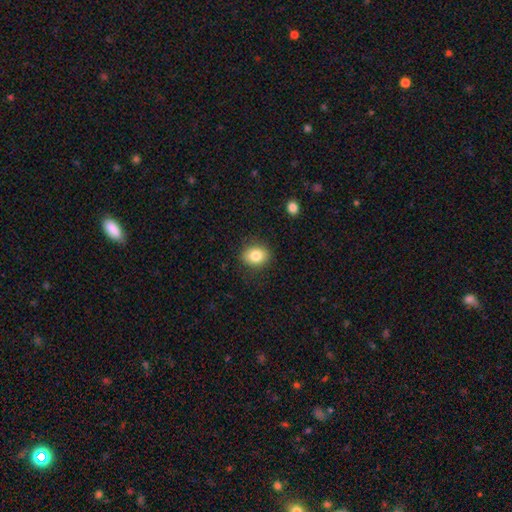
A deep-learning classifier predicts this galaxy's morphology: Overall: smooth (83%). How rounded: in between (53%; round 46%). Merging: none (86%).